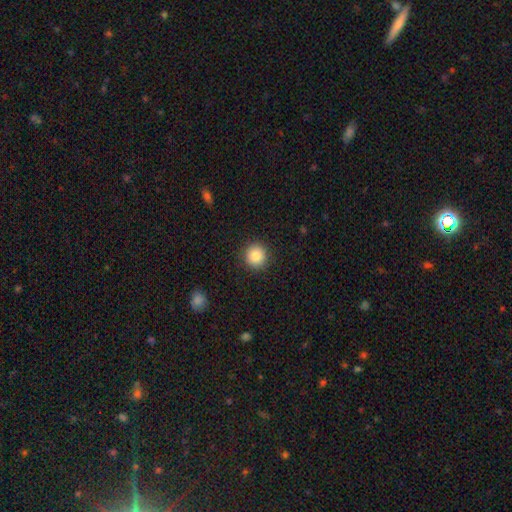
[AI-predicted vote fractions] Smooth or featured?
  - smooth: 85% *
  - star or artifact: 9%
  - featured or disk: 6%
How rounded?
  - round: 93% *
  - in between: 6%
  - cigar-shaped: 1%
Merging?
  - none: 91% *
  - minor disturbance: 6%
  - major disturbance: 2%
  - merger: 1%